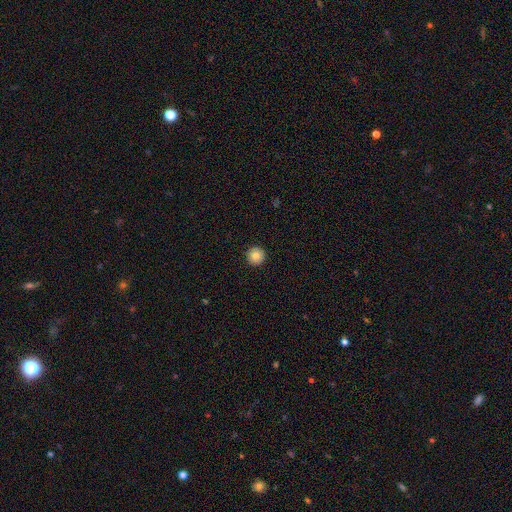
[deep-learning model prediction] Smooth or featured? Predicted: smooth (p=0.85). How rounded? Predicted: round (p=0.96). Merging? Predicted: none (p=0.94).